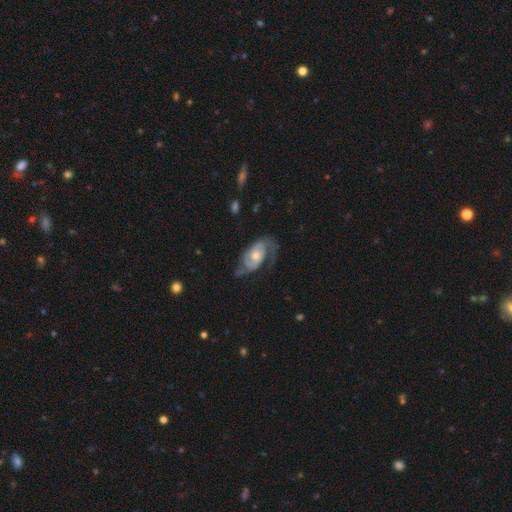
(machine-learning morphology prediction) The model was most divided on "spiral winding": medium: 44%, tight: 33%, loose: 24%. More confident: edge-on disk — no (96%); spiral arms — yes (93%); smooth or featured — featured or disk (81%); spiral arm count — 2 (73%); bar — no (69%); bulge size — moderate (60%); merging — none (53%).